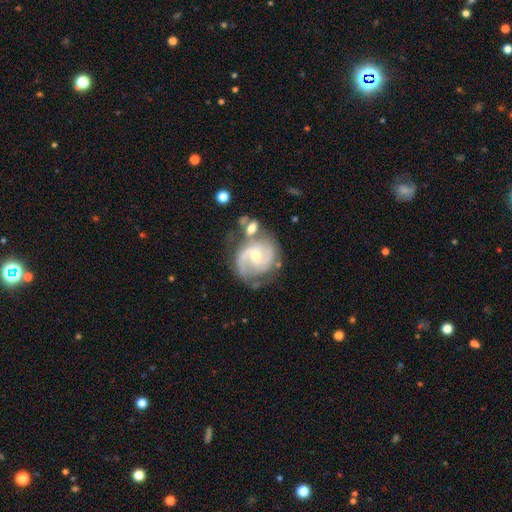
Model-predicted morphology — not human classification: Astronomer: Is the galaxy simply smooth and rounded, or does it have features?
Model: featured or disk — 88%.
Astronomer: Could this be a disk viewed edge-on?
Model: no — 98%.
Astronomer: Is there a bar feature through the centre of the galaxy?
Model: no — 56% (runner-up: weak, 36%).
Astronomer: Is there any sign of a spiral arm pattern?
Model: yes — 97%.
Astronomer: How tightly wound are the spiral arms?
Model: medium — 49% (runner-up: tight, 39%).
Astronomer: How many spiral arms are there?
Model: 2 — 78%.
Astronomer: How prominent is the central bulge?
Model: small — 53% (runner-up: moderate, 44%).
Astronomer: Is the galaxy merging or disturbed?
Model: none — 59%.